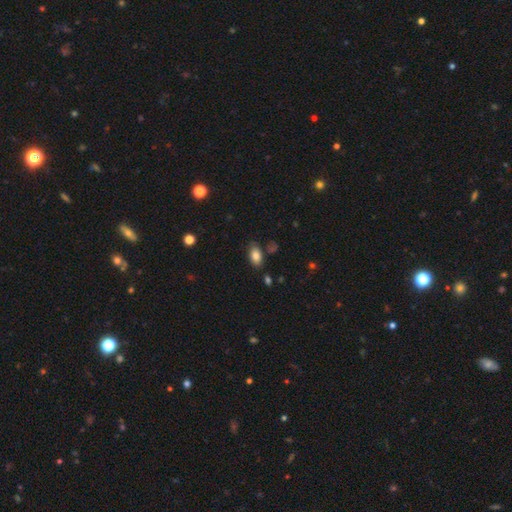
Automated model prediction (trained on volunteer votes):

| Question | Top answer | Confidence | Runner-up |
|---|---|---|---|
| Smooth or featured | smooth | 84% | star or artifact (9%) |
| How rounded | in between | 91% | round (6%) |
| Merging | none | 77% | minor disturbance (16%) |